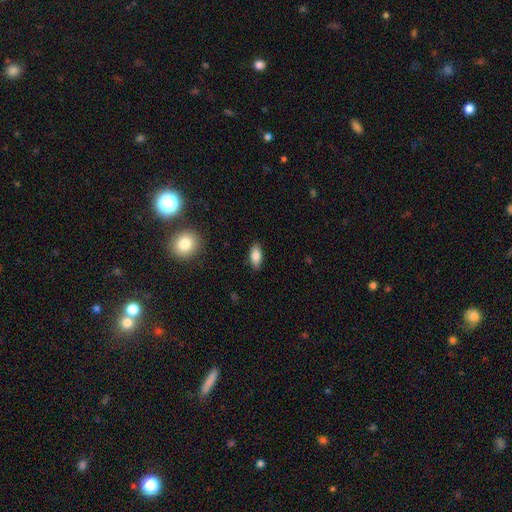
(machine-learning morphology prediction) This appears to be a smooth galaxy with no disk features (84%) that is in between round and cigar-shaped (86%). Merging: none (87%).